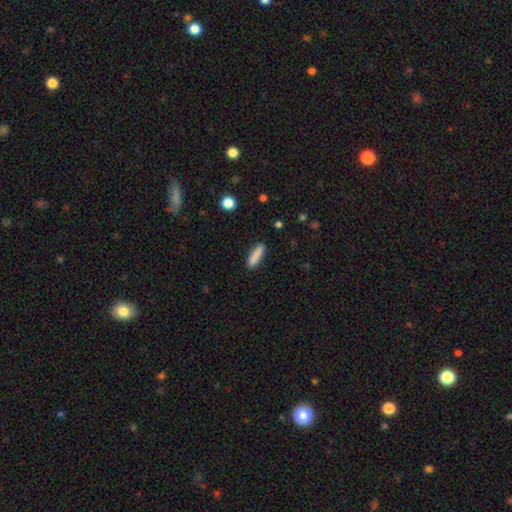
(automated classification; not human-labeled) This is clearly a smooth galaxy (86%). How rounded: likely cigar-shaped (74%). Merging: clearly none (87%).